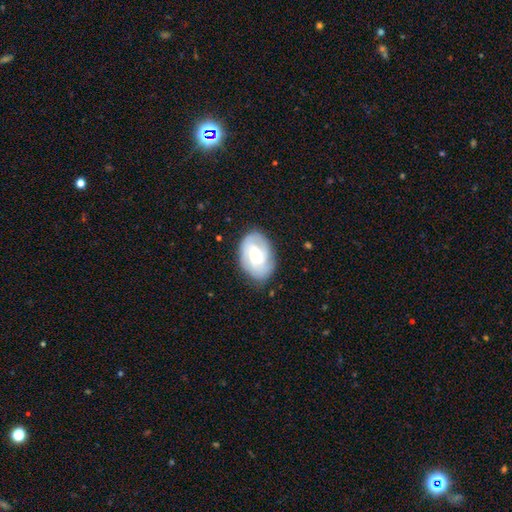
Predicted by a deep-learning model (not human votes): smooth-or-featured: featured or disk: 70% | smooth: 24% | star or artifact: 6%
  disk-edge-on: no: 96% | yes: 4%
    bar: no: 47% | weak: 43% | strong: 10%
    has-spiral-arms: yes: 92% | no: 8%
      spiral-winding: tight: 55% | medium: 35% | loose: 10%
      spiral-arm-count: 2: 31% | 3: 28% | can't tell: 27% | 4: 7% | 1: 4% | more than 4: 3%
    bulge-size: moderate: 55% | small: 38% | large: 5% | none: 1% | dominant: 1%
  merging: none: 79% | minor disturbance: 16% | major disturbance: 4% | merger: 1%